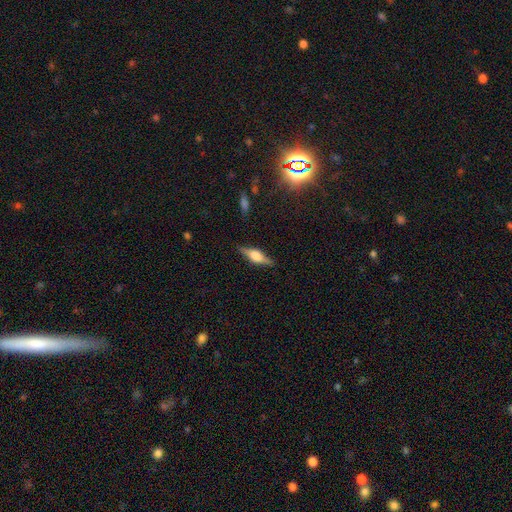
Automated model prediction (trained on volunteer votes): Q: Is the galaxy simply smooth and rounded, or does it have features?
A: featured or disk — 66%.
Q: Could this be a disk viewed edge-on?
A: yes — 96%.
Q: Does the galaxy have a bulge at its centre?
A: rounded — 84%.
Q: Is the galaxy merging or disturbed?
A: none — 87%.